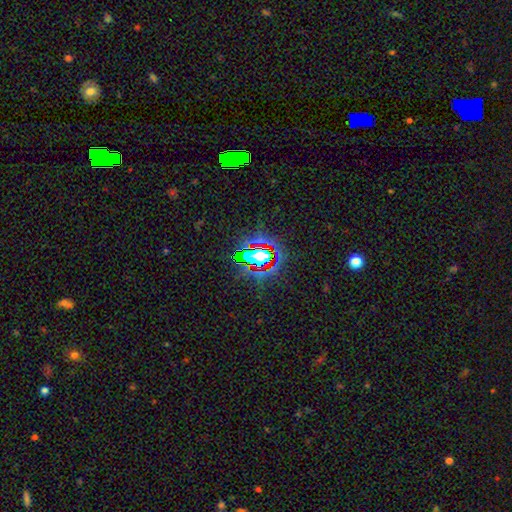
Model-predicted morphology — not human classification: Smooth or featured?
  - star or artifact: 67% *
  - smooth: 20%
  - featured or disk: 13%